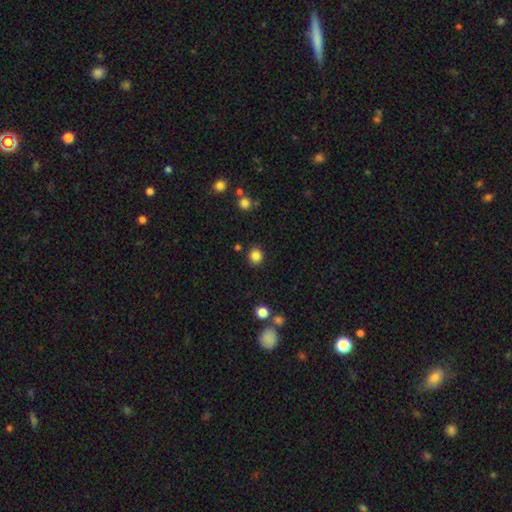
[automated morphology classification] smooth 84%, star or artifact 12%, featured or disk 4%. Down the decision tree: how rounded — round (88%); merging — none (89%).